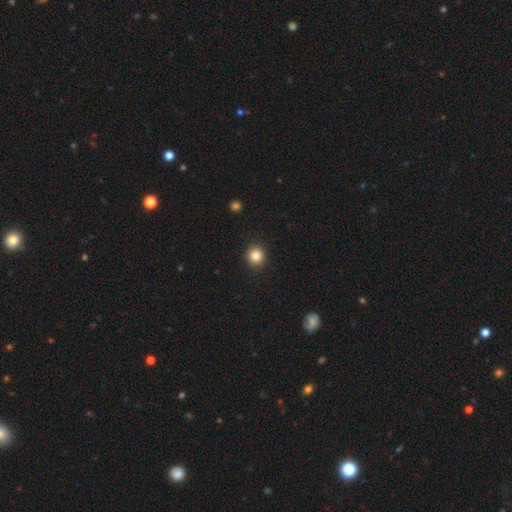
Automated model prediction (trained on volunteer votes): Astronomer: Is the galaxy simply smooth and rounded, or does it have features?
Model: smooth — 85%.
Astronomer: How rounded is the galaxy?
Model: round — 90%.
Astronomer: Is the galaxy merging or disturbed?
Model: none — 92%.